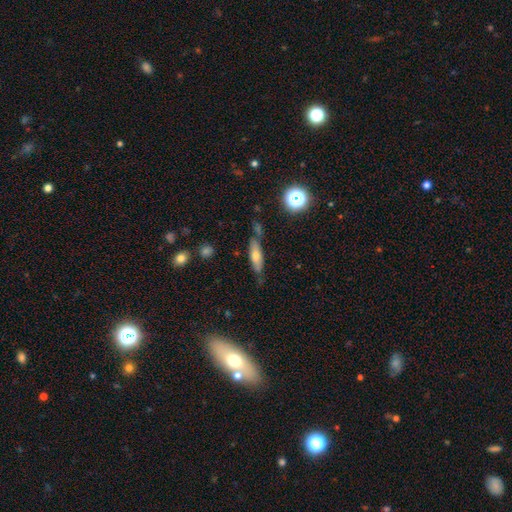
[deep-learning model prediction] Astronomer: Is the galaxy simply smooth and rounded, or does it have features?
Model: smooth — 57% (runner-up: featured or disk, 33%).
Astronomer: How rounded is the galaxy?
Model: cigar-shaped — 59% (runner-up: in between, 38%).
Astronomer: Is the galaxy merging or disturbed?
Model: none — 66%.